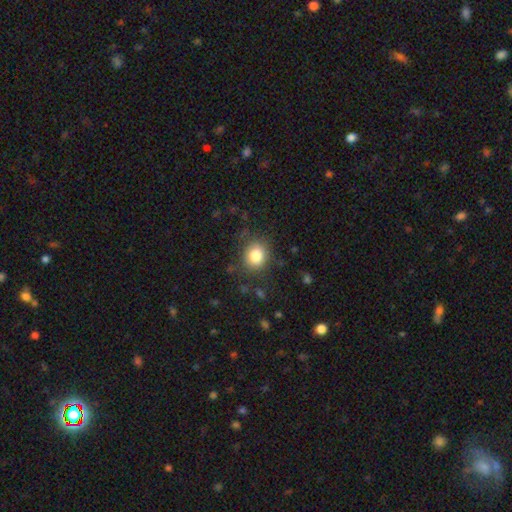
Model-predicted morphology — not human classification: Smooth or featured? smooth (82%)
How rounded? round (72%)
Merging? none (83%)